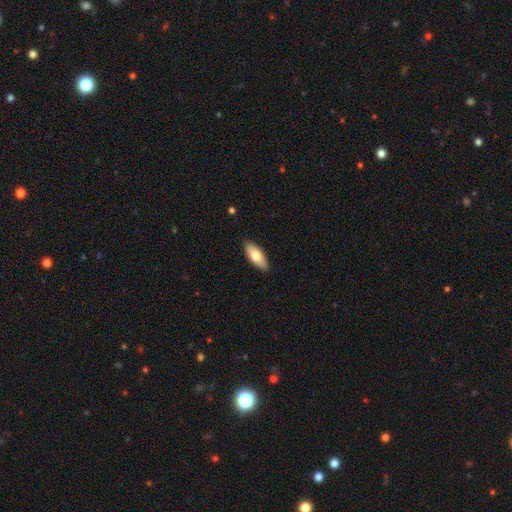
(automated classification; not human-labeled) Overall: smooth (76%). How rounded: in between (80%). Merging: none (89%).